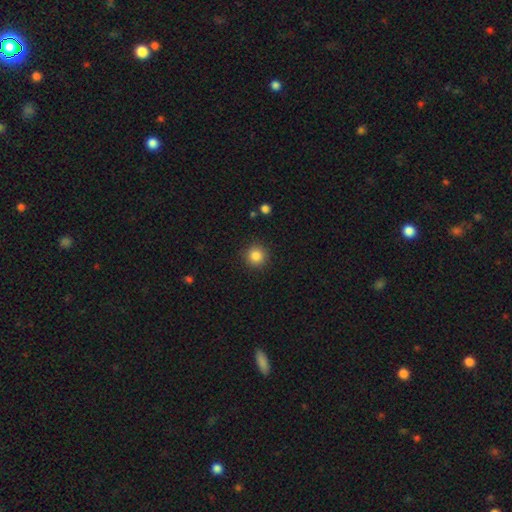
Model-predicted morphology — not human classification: This is clearly a smooth galaxy (85%). How rounded: clearly round (95%). Merging: clearly none (91%).